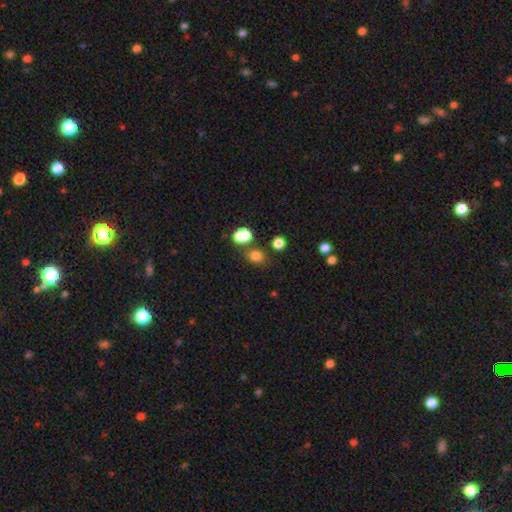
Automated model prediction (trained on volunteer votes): smooth_or_featured: smooth (p=0.76) [alt: star or artifact p=0.17]
how_rounded: round (p=0.66) [alt: in between p=0.33]
merging: none (p=0.68) [alt: merger p=0.17]